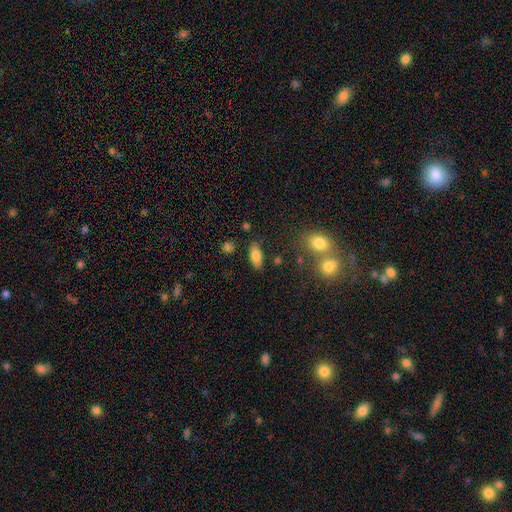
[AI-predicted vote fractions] Morphology: type=smooth (81%); roundness=in between (86%); merging=none (81%).